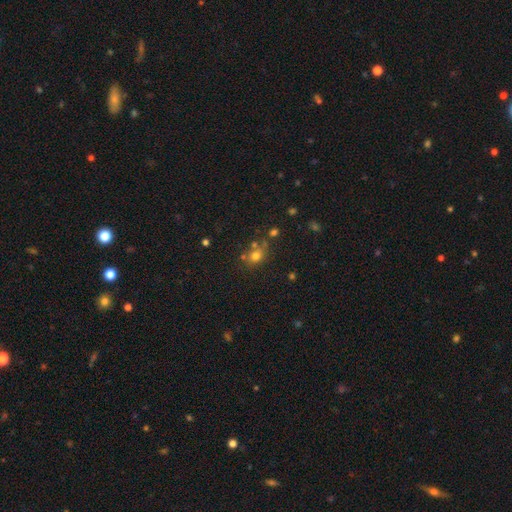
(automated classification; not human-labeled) Smooth or featured? smooth (71%)
How rounded? round (67%)
Merging? none (59%)